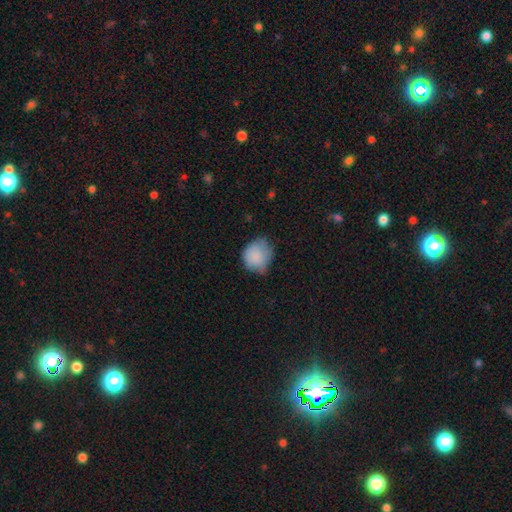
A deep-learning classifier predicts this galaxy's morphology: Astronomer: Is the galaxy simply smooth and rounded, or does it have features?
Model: smooth — 81%.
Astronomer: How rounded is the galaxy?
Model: round — 66%.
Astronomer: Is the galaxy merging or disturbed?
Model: none — 50% (runner-up: minor disturbance, 38%).